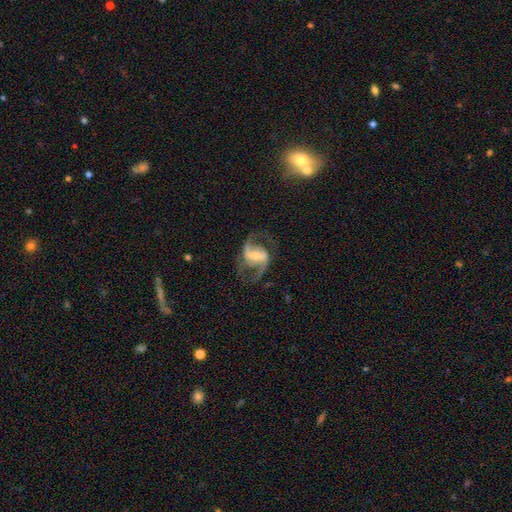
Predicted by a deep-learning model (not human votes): Q: Smooth or featured?
A: featured or disk (87%); runner-up: smooth (7%)
Q: Edge-on disk?
A: no (97%); runner-up: yes (3%)
Q: Bar?
A: weak (42%); runner-up: strong (35%)
Q: Spiral arms?
A: yes (95%); runner-up: no (5%)
Q: Spiral winding?
A: medium (51%); runner-up: loose (40%)
Q: Spiral arm count?
A: 2 (91%); runner-up: can't tell (3%)
Q: Bulge size?
A: moderate (45%); runner-up: small (44%)
Q: Merging?
A: none (70%); runner-up: minor disturbance (15%)